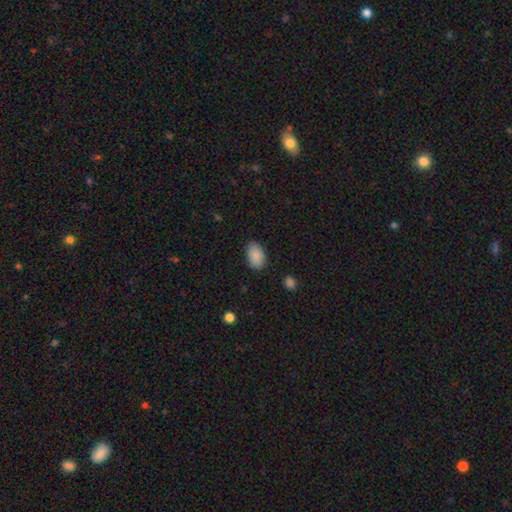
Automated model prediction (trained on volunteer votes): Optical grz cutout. It shows a smooth galaxy with no disk features (89%) that is in between round and cigar-shaped (90%). Merging: none (82%).